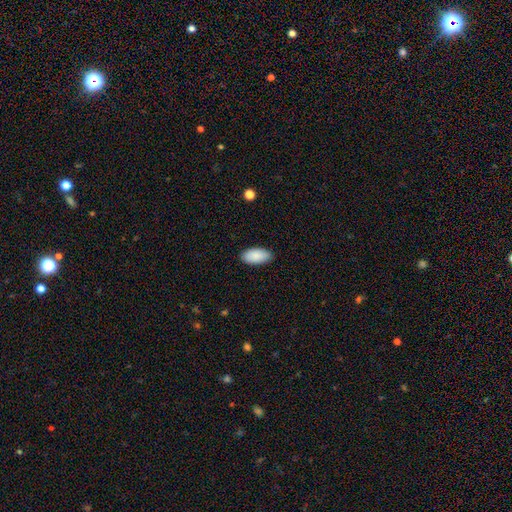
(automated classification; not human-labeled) Morphology: type=smooth (90%); roundness=in between (95%); merging=none (88%).